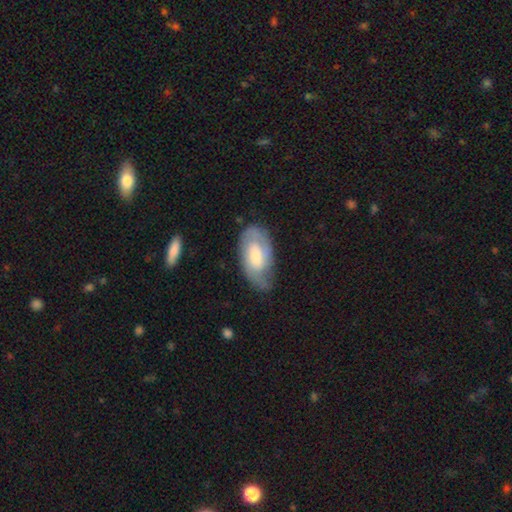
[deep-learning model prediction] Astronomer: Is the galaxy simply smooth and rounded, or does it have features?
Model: featured or disk — 62%.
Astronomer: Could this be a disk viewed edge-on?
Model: no — 94%.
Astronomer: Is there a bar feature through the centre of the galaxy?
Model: weak — 47% (runner-up: no, 42%).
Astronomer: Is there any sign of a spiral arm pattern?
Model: yes — 85%.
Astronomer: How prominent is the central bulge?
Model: moderate — 51%.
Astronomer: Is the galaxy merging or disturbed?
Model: none — 67%.